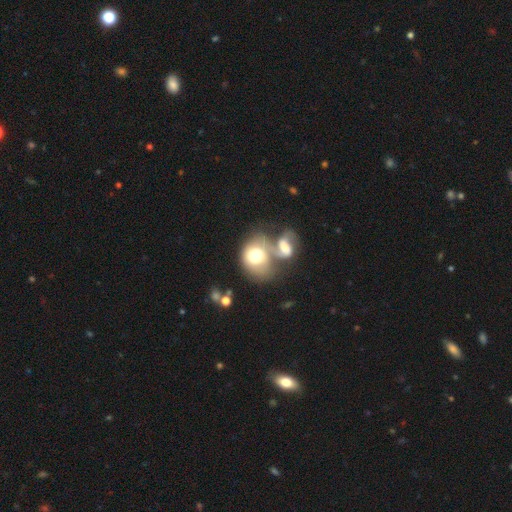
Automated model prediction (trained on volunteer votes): Smooth or featured? smooth (59%)
How rounded? in between (53%)
Merging? merger (61%)